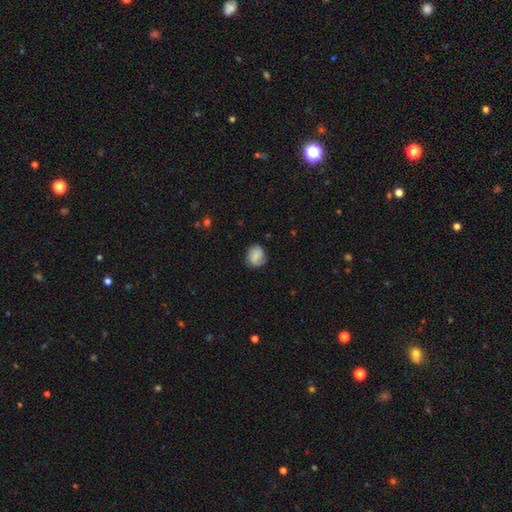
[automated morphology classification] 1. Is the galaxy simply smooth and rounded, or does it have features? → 64% smooth, 28% featured or disk, 8% star or artifact.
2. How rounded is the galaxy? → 72% round, 27% in between, 1% cigar-shaped.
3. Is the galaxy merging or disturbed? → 72% none, 21% minor disturbance, 6% major disturbance, 1% merger.